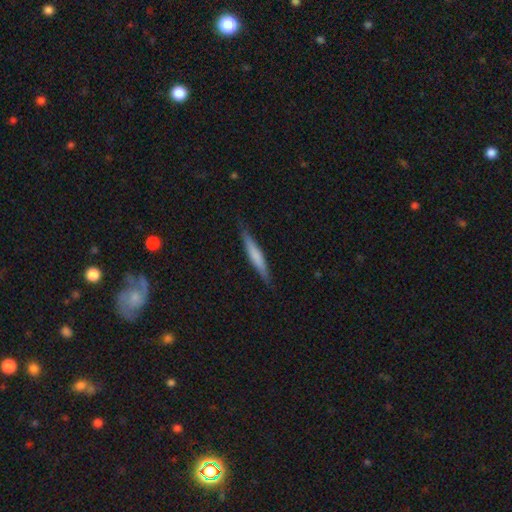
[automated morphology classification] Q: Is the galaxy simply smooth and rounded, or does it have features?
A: smooth — 58%.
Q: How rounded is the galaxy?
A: cigar-shaped — 93%.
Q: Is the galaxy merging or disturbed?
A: none — 88%.